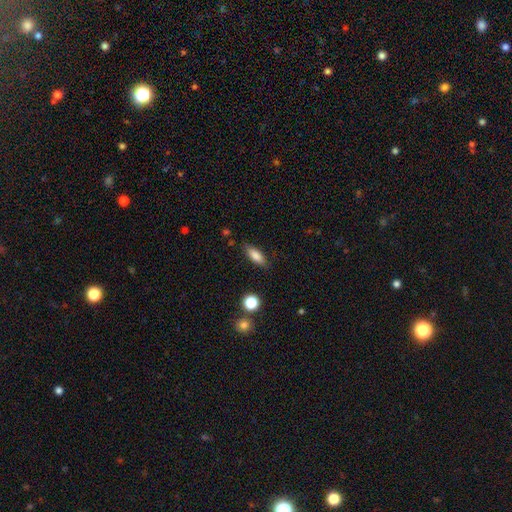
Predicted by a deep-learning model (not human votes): Overall: smooth (82%). How rounded: in between (68%; cigar-shaped 29%). Merging: none (83%).